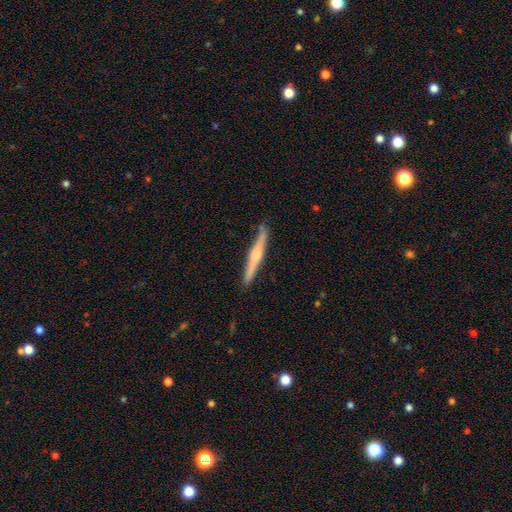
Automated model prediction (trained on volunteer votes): This is likely a featured or disk galaxy (60%). It is clearly viewed edge-on (98%). Edge-on bulge: likely rounded (73%). Merging: clearly none (89%).